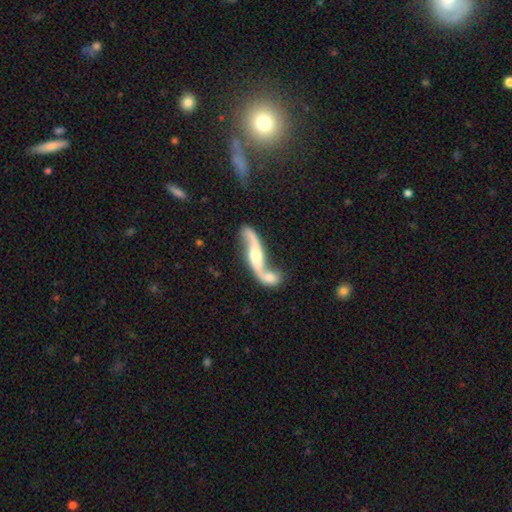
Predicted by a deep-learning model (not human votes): A featured or disk galaxy (81%) with no bar (55%), 2 (92%) loose (88%) spiral arms (91%) and a moderate central bulge (56%).

Vote fractions:
- Smooth or featured? featured or disk: 81% / smooth: 14% / star or artifact: 5%
- Edge-on disk? no: 80% / yes: 20%
- Bar? no: 55% / weak: 31% / strong: 14%
- Spiral arms? yes: 91% / no: 9%
- Spiral winding? loose: 88% / medium: 9% / tight: 3%
- Spiral arm count? 2: 92% / can't tell: 3% / 1: 2% / 3: 1% / 4: 1% / more than 4: 1%
- Bulge size? moderate: 56% / small: 24% / large: 12% / none: 6% / dominant: 2%
- Merging? merger: 53% / none: 30% / minor disturbance: 11% / major disturbance: 7%